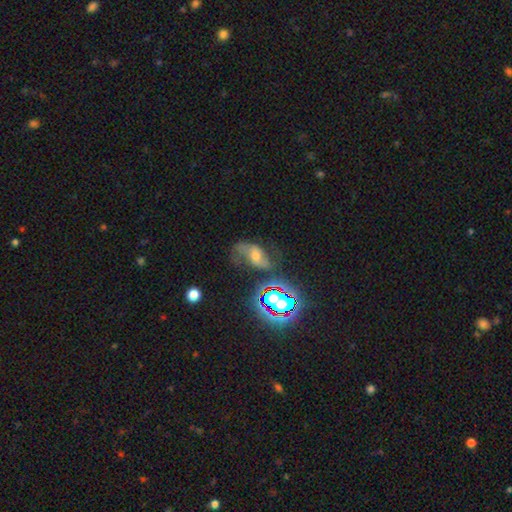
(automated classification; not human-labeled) Morphology: type=featured or disk (60%); edge-on=no (94%); bar=no (45%); spiral arms=yes (85%); bulge=moderate (55%); merging=none (51%).